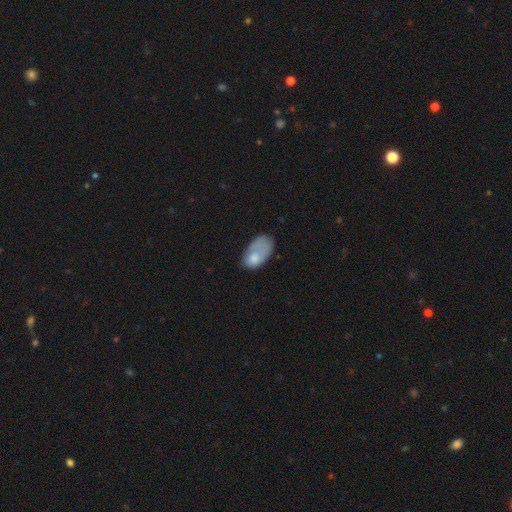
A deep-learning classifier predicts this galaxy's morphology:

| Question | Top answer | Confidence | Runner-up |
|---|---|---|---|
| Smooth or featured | smooth | 68% | featured or disk (25%) |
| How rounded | in between | 92% | round (6%) |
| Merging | major disturbance | 33% | minor disturbance (32%) |